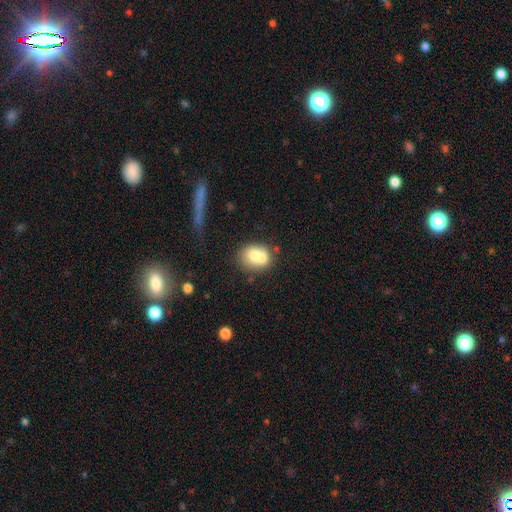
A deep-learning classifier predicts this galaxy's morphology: Smooth or featured: smooth — 70% (featured or disk — 20%)
How rounded: in between — 54% (round — 45%)
Merging: merger — 42% (none — 39%)